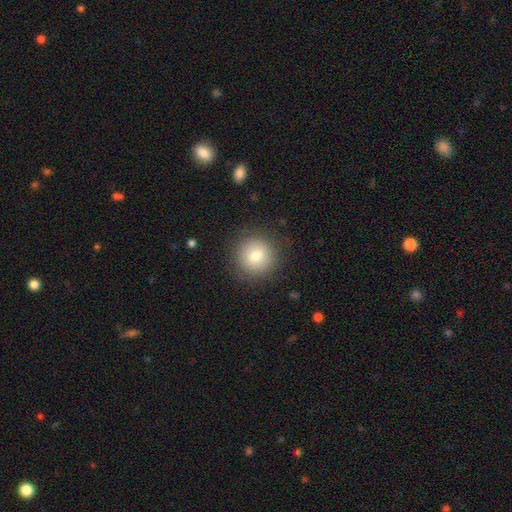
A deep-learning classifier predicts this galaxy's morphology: smooth-or-featured: smooth: 75% | featured or disk: 15% | star or artifact: 10%
  how-rounded: round: 94% | in between: 5% | cigar-shaped: 1%
  merging: none: 87% | minor disturbance: 8% | major disturbance: 4% | merger: 1%